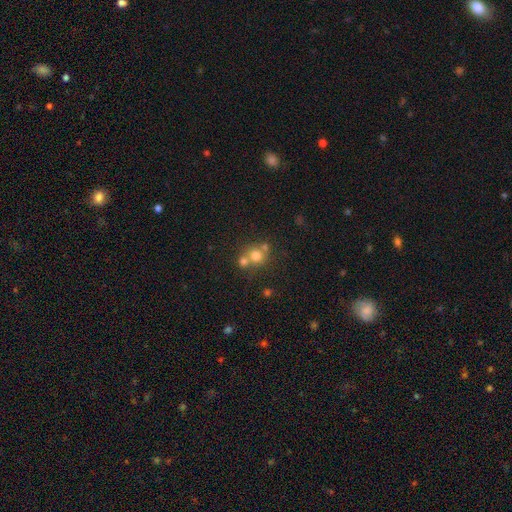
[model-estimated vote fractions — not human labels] Morphology: type=smooth (72%); roundness=round (87%); merging=none (47%).